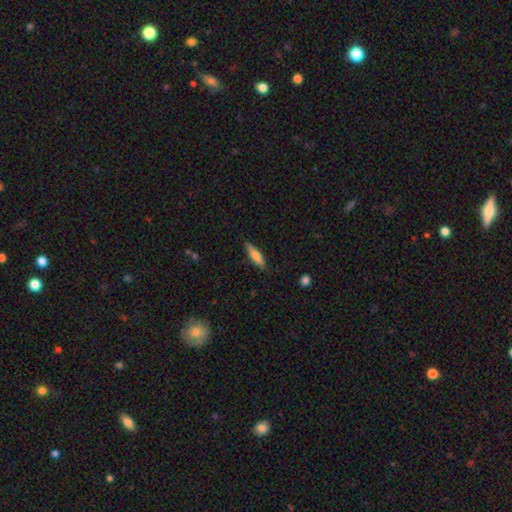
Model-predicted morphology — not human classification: Smooth or featured: smooth — 69% (featured or disk — 25%)
How rounded: cigar-shaped — 71% (in between — 28%)
Merging: none — 86% (minor disturbance — 11%)